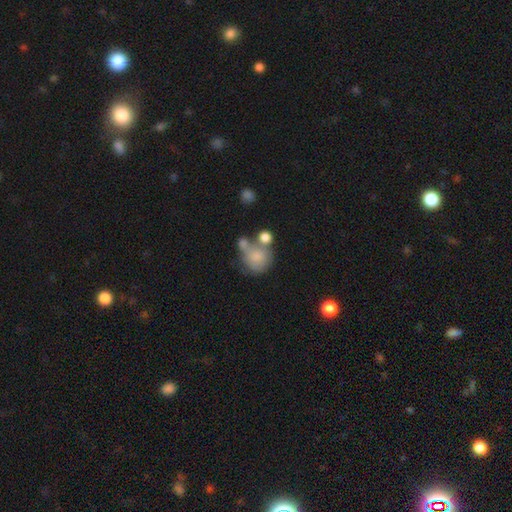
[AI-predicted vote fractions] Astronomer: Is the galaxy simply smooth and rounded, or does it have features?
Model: smooth — 74%.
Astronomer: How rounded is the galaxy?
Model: round — 74%.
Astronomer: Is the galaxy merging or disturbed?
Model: merger — 38% (runner-up: none, 34%).